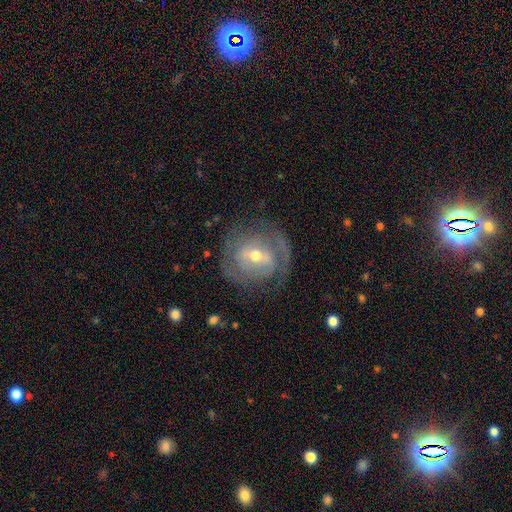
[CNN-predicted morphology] Smooth or featured? Predicted: featured or disk (p=0.79). Edge-on disk? Predicted: no (p=0.96). Bar? Predicted: weak (p=0.44). Spiral arms? Predicted: yes (p=0.80). Spiral winding? Predicted: tight (p=0.56). Spiral arm count? Predicted: 2 (p=0.53). Bulge size? Predicted: moderate (p=0.54). Merging? Predicted: none (p=0.71).